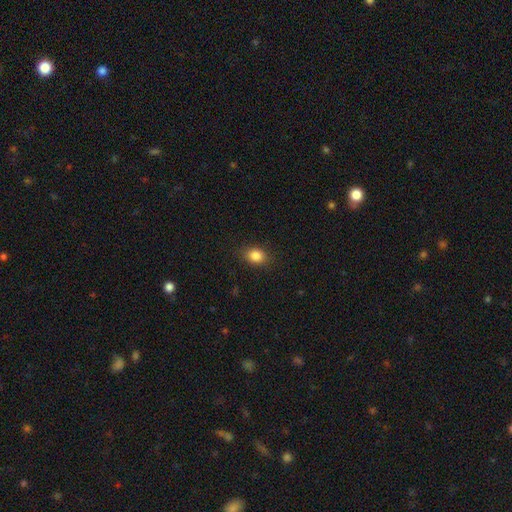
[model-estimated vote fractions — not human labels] Smooth or featured: smooth — 85% (star or artifact — 10%)
How rounded: in between — 60% (round — 38%)
Merging: none — 87% (minor disturbance — 10%)